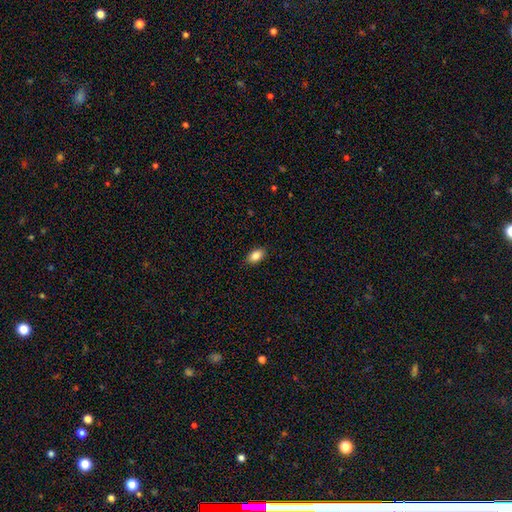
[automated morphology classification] type=smooth (86%); roundness=in between (90%); merging=none (89%).